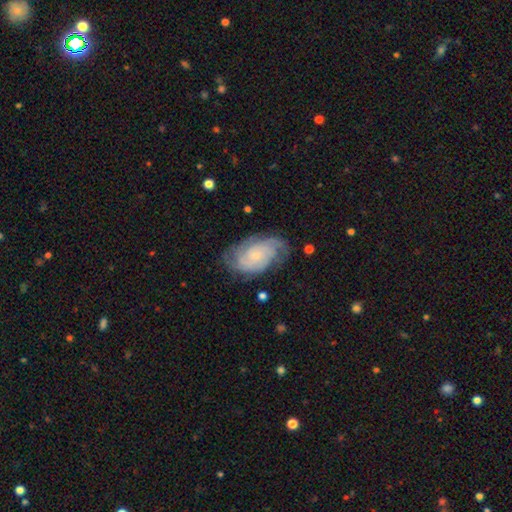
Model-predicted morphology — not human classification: The model was most divided on "spiral arm count": can't tell: 31%, 2: 27%, 3: 21%, 4: 11%, 1: 5%, more than 4: 5%. More confident: edge-on disk — no (97%); spiral arms — yes (95%); smooth or featured — featured or disk (80%); bulge size — small (79%); bar — no (77%); merging — none (71%); spiral winding — tight (62%).